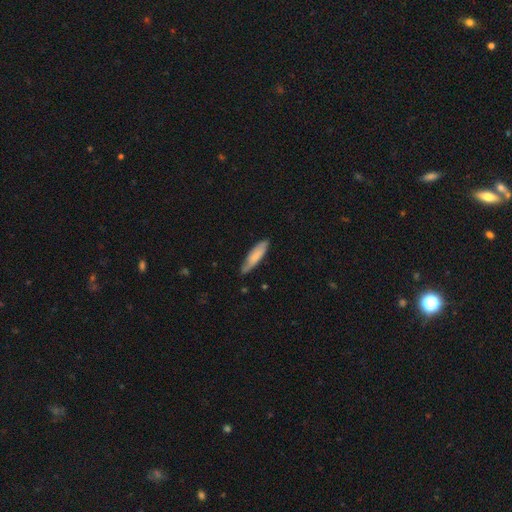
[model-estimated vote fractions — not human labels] A smooth galaxy with no disk features (73%) that is cigar-shaped (69%). Merging: none (79%).